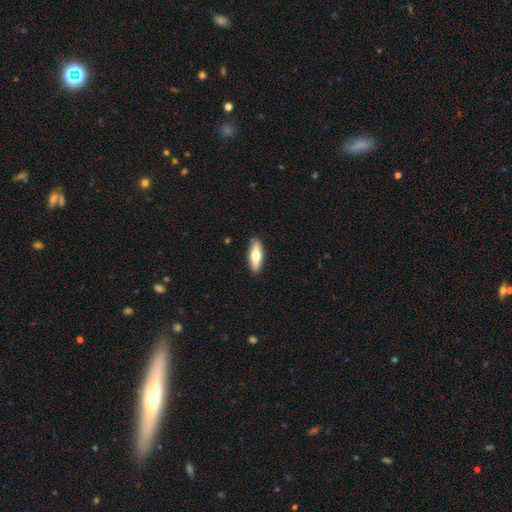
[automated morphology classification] smooth 60%, featured or disk 35%, star or artifact 5%. Down the decision tree: how rounded — in between (53%); merging — none (88%).